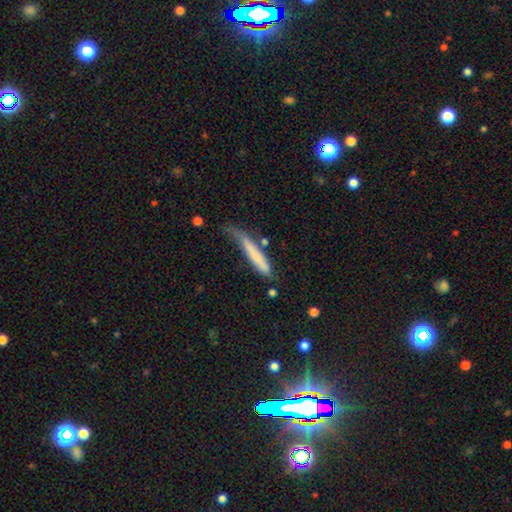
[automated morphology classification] A smooth galaxy with no disk features (70%) that is cigar-shaped (92%).

Vote fractions:
- Smooth or featured? smooth: 70% / featured or disk: 23% / star or artifact: 6%
- How rounded? cigar-shaped: 92% / in between: 6% / round: 1%
- Merging? none: 44% / minor disturbance: 33% / major disturbance: 17% / merger: 7%